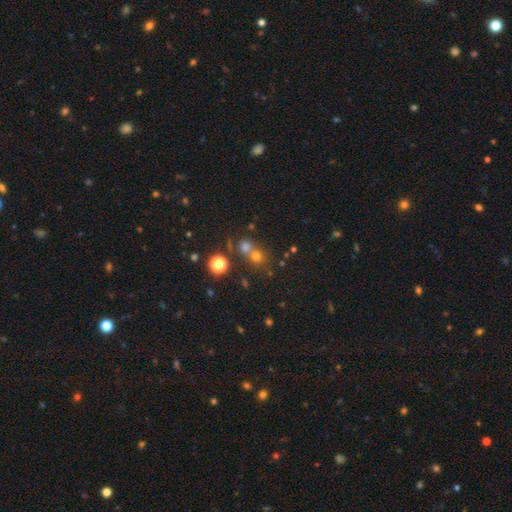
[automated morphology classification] Q: Smooth or featured?
A: smooth (58%); runner-up: star or artifact (30%)
Q: How rounded?
A: round (85%); runner-up: in between (14%)
Q: Merging?
A: none (51%); runner-up: merger (40%)